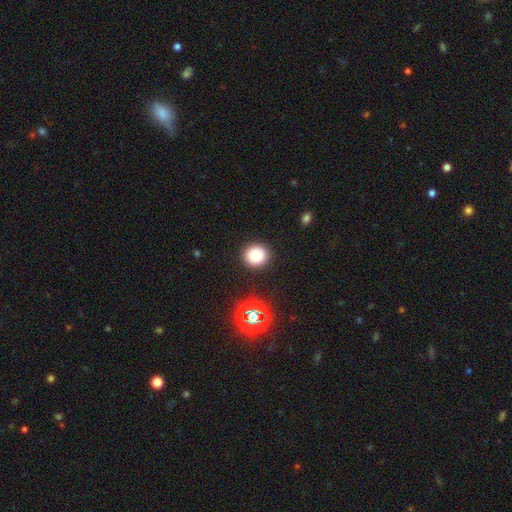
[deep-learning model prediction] Smooth or featured?
  - smooth: 81% *
  - star or artifact: 14%
  - featured or disk: 6%
How rounded?
  - round: 90% *
  - in between: 9%
  - cigar-shaped: 1%
Merging?
  - none: 91% *
  - minor disturbance: 6%
  - major disturbance: 2%
  - merger: 1%